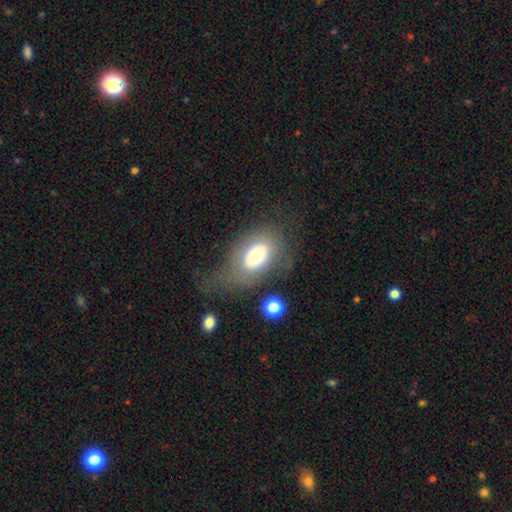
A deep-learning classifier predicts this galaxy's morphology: Smooth or featured? smooth (51%)
How rounded? in between (81%)
Merging? none (53%)